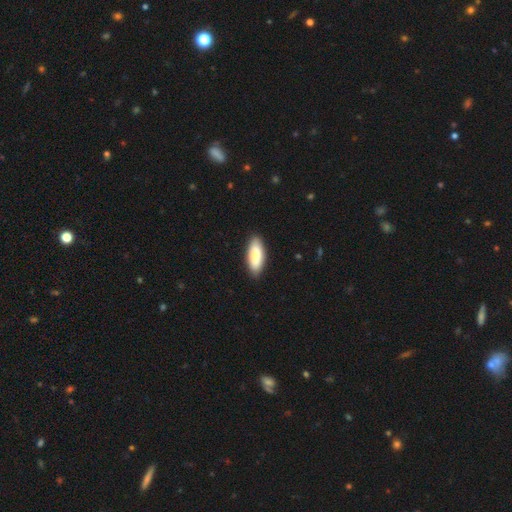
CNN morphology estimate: Q: Smooth or featured?
A: smooth (85%); runner-up: featured or disk (9%)
Q: How rounded?
A: in between (75%); runner-up: cigar-shaped (23%)
Q: Merging?
A: none (89%); runner-up: minor disturbance (9%)